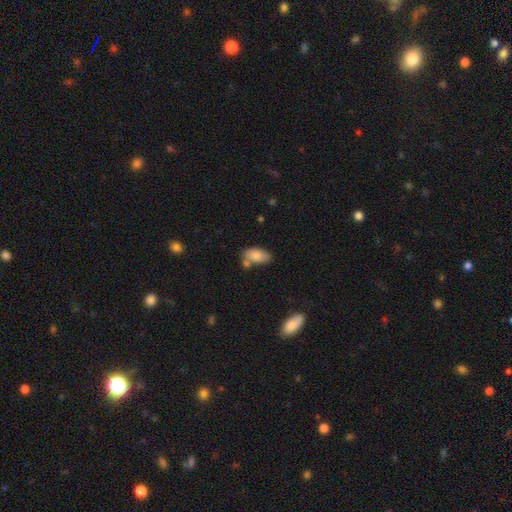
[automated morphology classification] smooth-or-featured: smooth: 84% | featured or disk: 9% | star or artifact: 7%
  how-rounded: in between: 93% | cigar-shaped: 4% | round: 3%
  merging: none: 53% | merger: 21% | minor disturbance: 20% | major disturbance: 6%